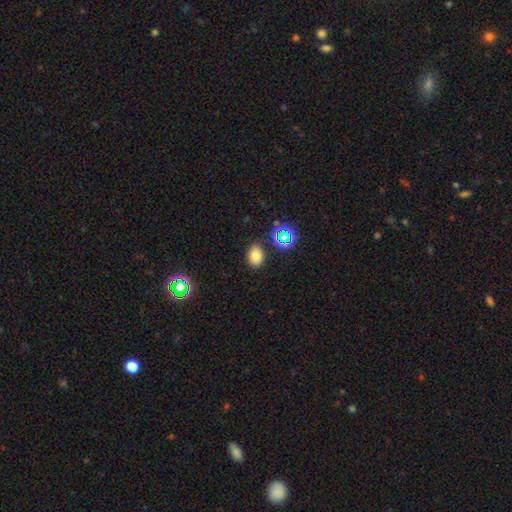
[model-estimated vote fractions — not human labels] Smooth or featured? Predicted: smooth (p=0.76). How rounded? Predicted: in between (p=0.71). Merging? Predicted: none (p=0.84).